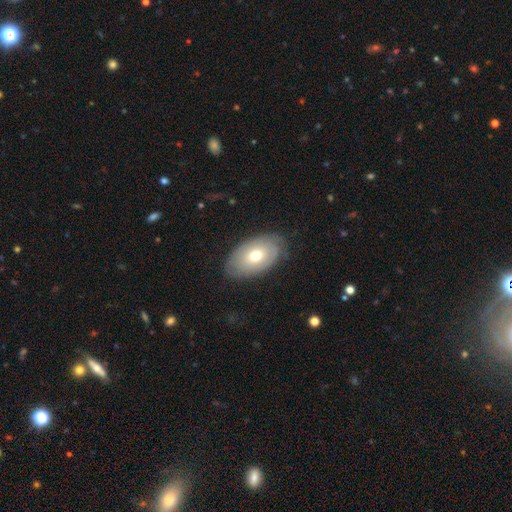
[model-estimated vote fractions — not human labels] A smooth galaxy with no disk features (60%) that is in between round and cigar-shaped (92%).

Vote fractions:
- Smooth or featured? smooth: 60% / featured or disk: 33% / star or artifact: 7%
- How rounded? in between: 92% / round: 7% / cigar-shaped: 1%
- Merging? none: 79% / minor disturbance: 16% / major disturbance: 4% / merger: 1%